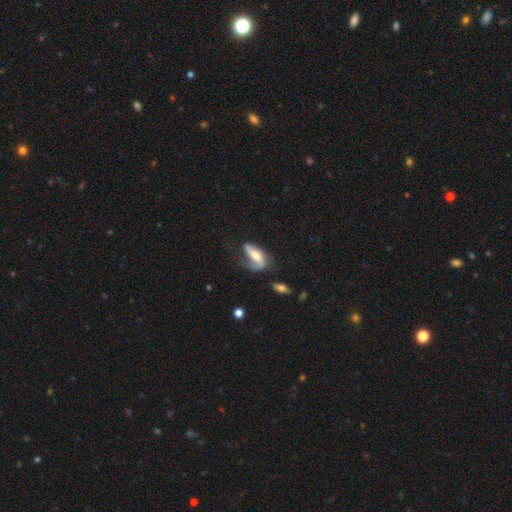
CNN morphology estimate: This appears to be a featured or disk galaxy (51%). Merging: major disturbance (36%).